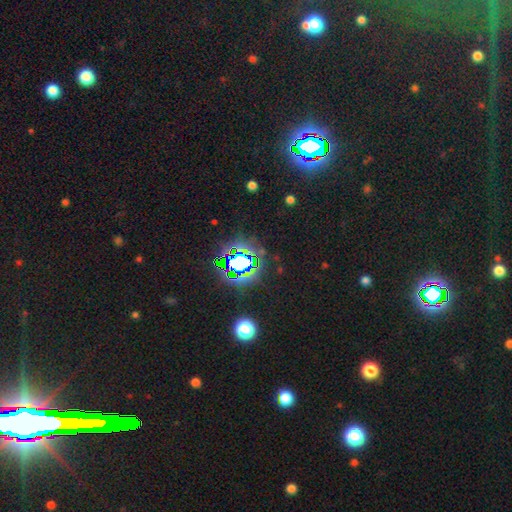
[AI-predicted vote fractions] Morphology: type=star or artifact (83%).